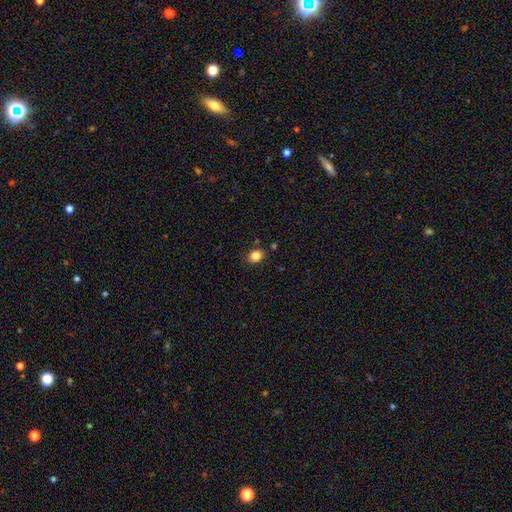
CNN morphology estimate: A smooth galaxy with no disk features (84%) that is in between round and cigar-shaped (53%).

Vote fractions:
- Smooth or featured? smooth: 84% / star or artifact: 11% / featured or disk: 5%
- How rounded? in between: 53% / round: 46% / cigar-shaped: 1%
- Merging? none: 82% / minor disturbance: 12% / merger: 4% / major disturbance: 3%